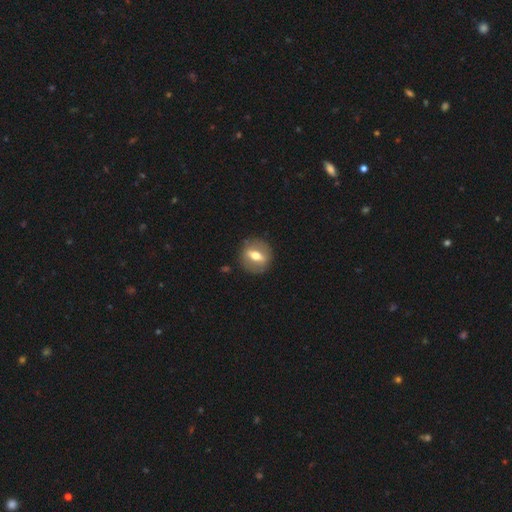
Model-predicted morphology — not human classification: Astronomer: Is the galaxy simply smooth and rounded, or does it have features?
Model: featured or disk — 58% (runner-up: smooth, 35%).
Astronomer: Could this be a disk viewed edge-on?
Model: no — 60% (runner-up: yes, 40%).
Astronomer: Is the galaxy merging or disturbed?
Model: none — 86%.